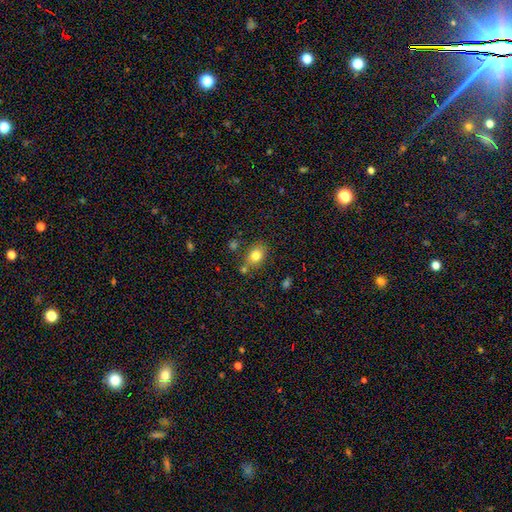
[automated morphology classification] smooth_or_featured: smooth (p=0.80) [alt: star or artifact p=0.11]
how_rounded: in between (p=0.62) [alt: round p=0.37]
merging: none (p=0.72) [alt: minor disturbance p=0.14]